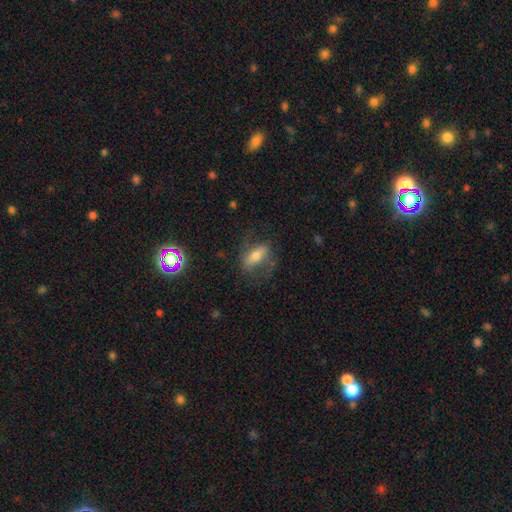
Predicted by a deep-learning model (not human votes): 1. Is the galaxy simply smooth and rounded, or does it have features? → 45% featured or disk, 43% smooth, 12% star or artifact.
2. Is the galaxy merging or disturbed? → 65% none, 19% minor disturbance, 14% major disturbance, 2% merger.